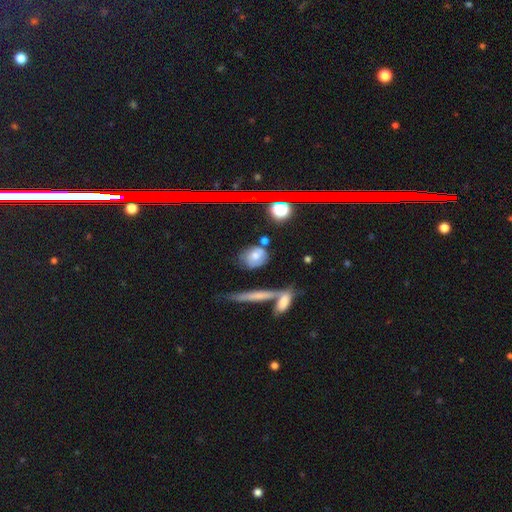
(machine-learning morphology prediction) This appears to be a smooth galaxy with no disk features (62%) that is round (50%). Merging: none (62%).